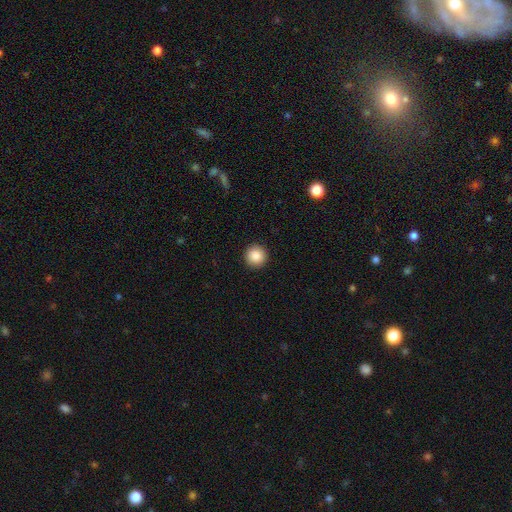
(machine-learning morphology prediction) A smooth galaxy with no disk features (87%) that is round (96%).

Vote fractions:
- Smooth or featured? smooth: 87% / star or artifact: 9% / featured or disk: 4%
- How rounded? round: 96% / in between: 3% / cigar-shaped: 1%
- Merging? none: 93% / minor disturbance: 4% / major disturbance: 1% / merger: 1%